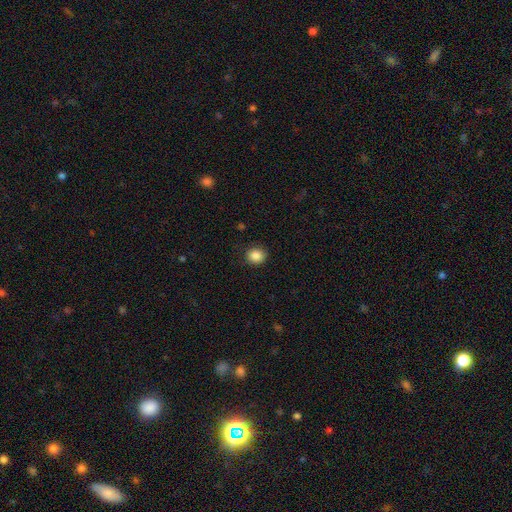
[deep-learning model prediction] The model was most divided on "how rounded": round: 84%, in between: 15%, cigar-shaped: 1%. More confident: merging — none (89%); smooth or featured — smooth (86%).